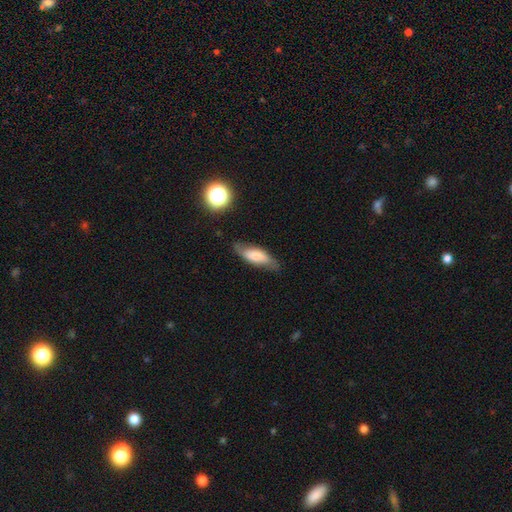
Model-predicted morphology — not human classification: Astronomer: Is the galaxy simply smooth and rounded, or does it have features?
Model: smooth — 59%.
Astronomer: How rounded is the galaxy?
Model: in between — 65%.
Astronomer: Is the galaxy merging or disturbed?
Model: none — 71%.